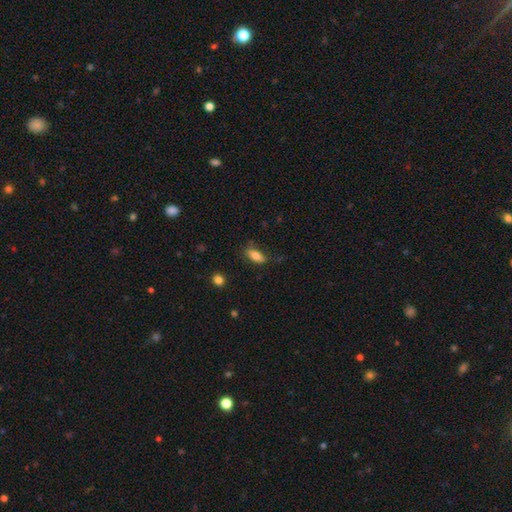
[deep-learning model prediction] Smooth or featured?
  - smooth: 79% *
  - featured or disk: 13%
  - star or artifact: 8%
How rounded?
  - in between: 80% *
  - cigar-shaped: 17%
  - round: 3%
Merging?
  - none: 69% *
  - minor disturbance: 22%
  - major disturbance: 6%
  - merger: 2%